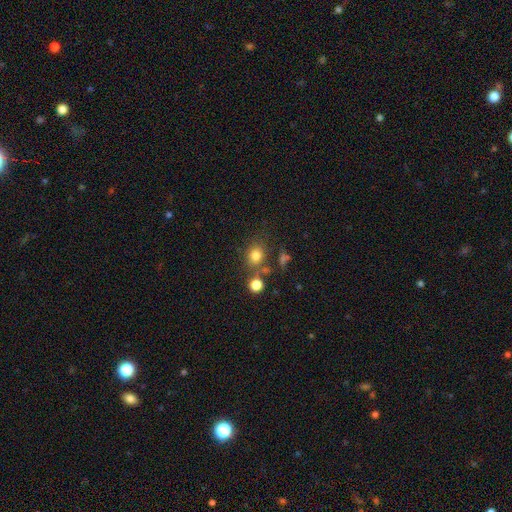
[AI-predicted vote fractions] smooth_or_featured: smooth (p=0.78) [alt: star or artifact p=0.14]
how_rounded: round (p=0.70) [alt: in between p=0.29]
merging: none (p=0.67) [alt: merger p=0.15]